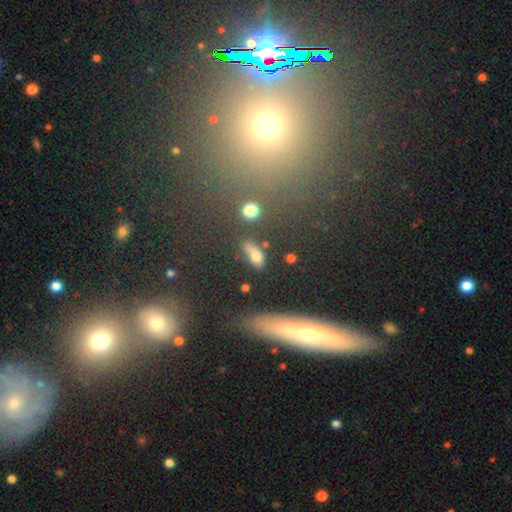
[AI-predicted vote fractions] Overall: smooth (72%). How rounded: in between (75%). Merging: none (67%).